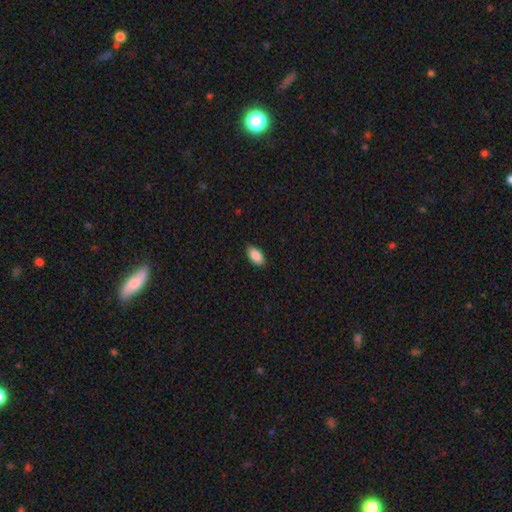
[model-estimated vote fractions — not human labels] Q: Smooth or featured?
A: smooth (90%); runner-up: star or artifact (7%)
Q: How rounded?
A: in between (93%); runner-up: cigar-shaped (4%)
Q: Merging?
A: none (88%); runner-up: minor disturbance (9%)